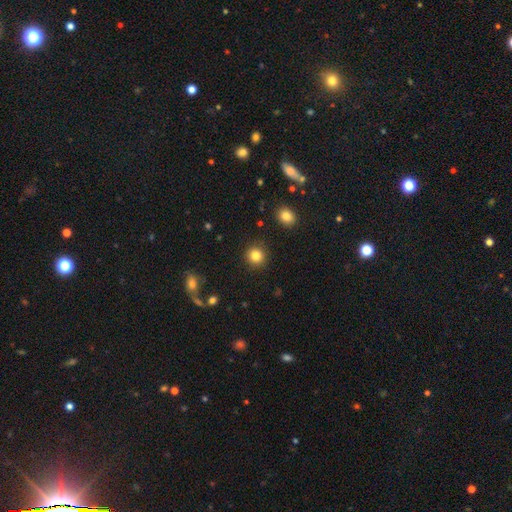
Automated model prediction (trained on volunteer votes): Smooth or featured? Predicted: smooth (p=0.84). How rounded? Predicted: round (p=0.91). Merging? Predicted: none (p=0.91).